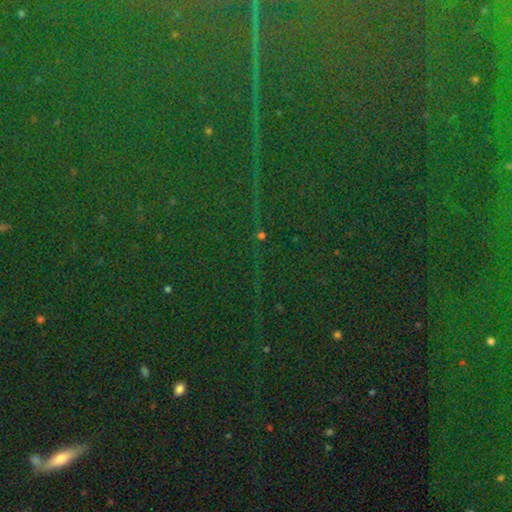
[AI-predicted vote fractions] Overall: star or artifact (86%).